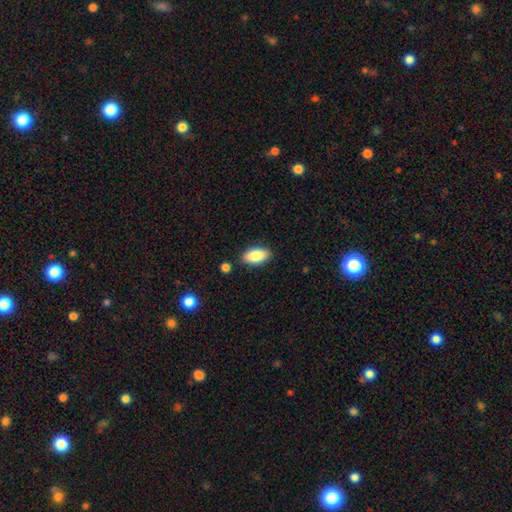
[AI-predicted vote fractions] This appears to be a smooth galaxy with no disk features (85%) that is in between round and cigar-shaped (91%). Merging: none (83%).